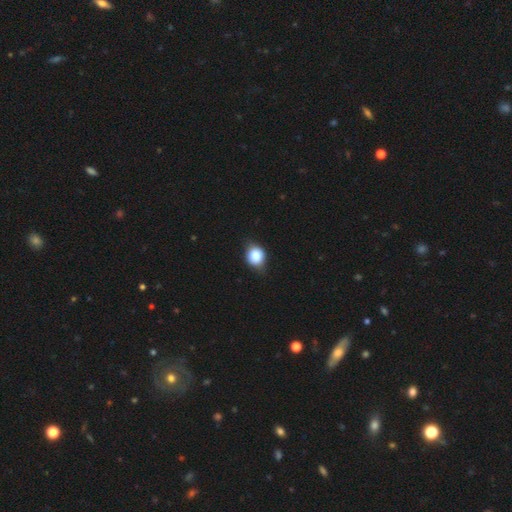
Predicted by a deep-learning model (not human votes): Smooth or featured: smooth — 80% (featured or disk — 11%)
How rounded: round — 66% (in between — 33%)
Merging: none — 71% (minor disturbance — 23%)